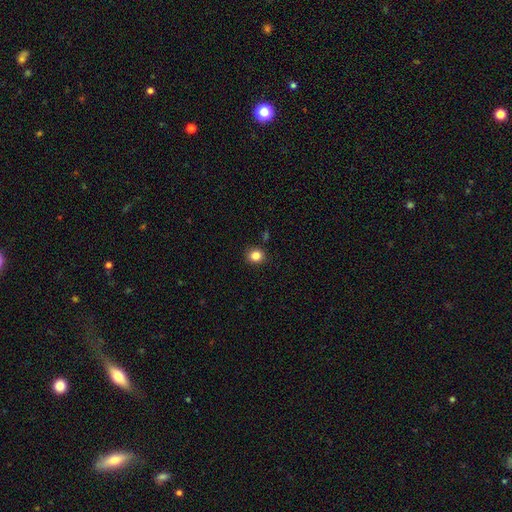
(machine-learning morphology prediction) A smooth galaxy with no disk features (85%) that is round (83%).

Vote fractions:
- Smooth or featured? smooth: 85% / star or artifact: 11% / featured or disk: 4%
- How rounded? round: 83% / in between: 16% / cigar-shaped: 1%
- Merging? none: 90% / minor disturbance: 6% / merger: 2% / major disturbance: 2%